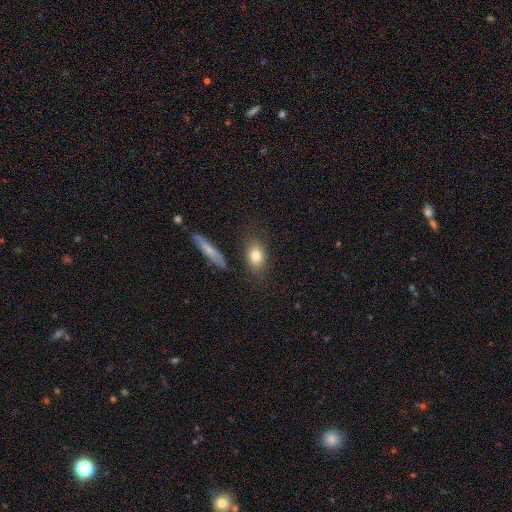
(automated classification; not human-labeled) Smooth or featured: smooth — 78% (featured or disk — 14%)
How rounded: in between — 74% (round — 20%)
Merging: none — 80% (minor disturbance — 12%)